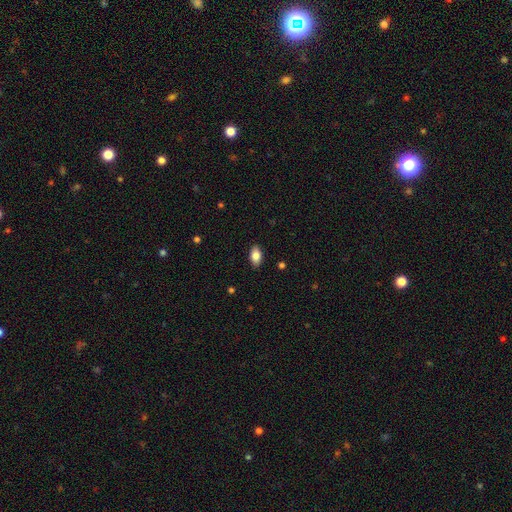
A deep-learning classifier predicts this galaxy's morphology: type=smooth (84%); roundness=in between (92%); merging=none (88%).